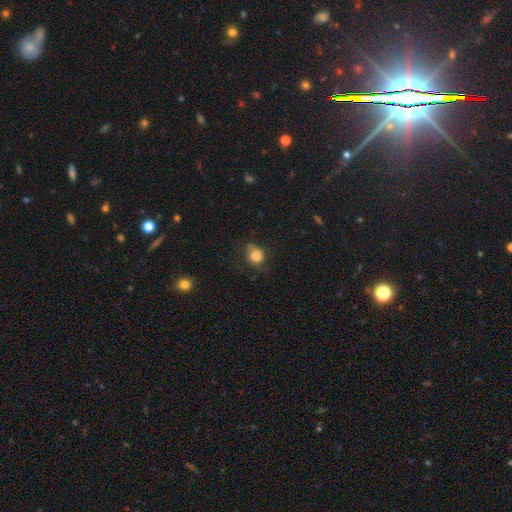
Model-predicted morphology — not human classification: type=smooth (83%); roundness=round (60%); merging=none (61%).